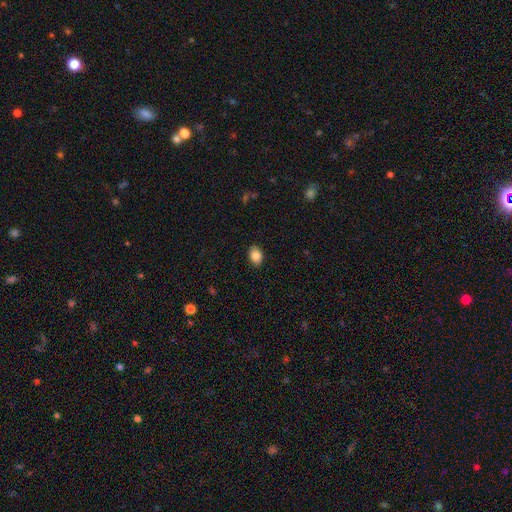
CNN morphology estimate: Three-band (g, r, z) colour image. It shows a smooth galaxy with no disk features (87%) that is in between round and cigar-shaped (81%). Merging: none (89%).